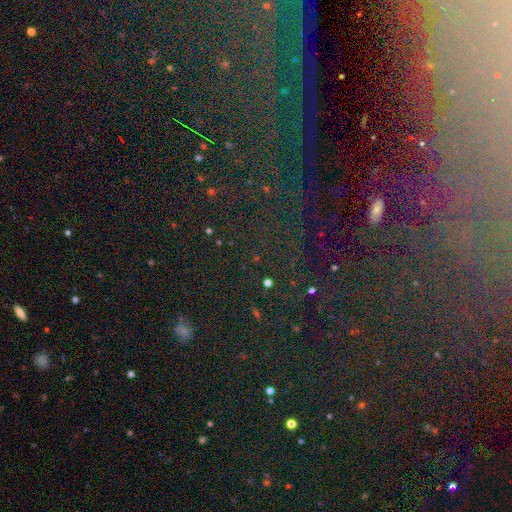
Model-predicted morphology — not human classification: A star or artifact, not a galaxy (73%).

Vote fractions:
- Smooth or featured? star or artifact: 73% / featured or disk: 14% / smooth: 13%